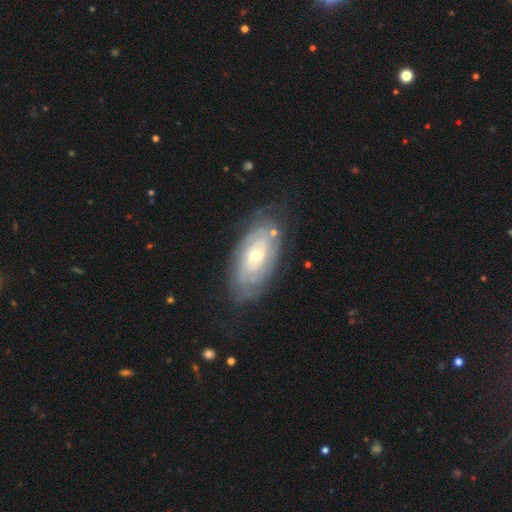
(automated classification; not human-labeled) Smooth or featured? featured or disk (84%)
Edge-on disk? no (93%)
Bar? no (62%)
Spiral arms? yes (95%)
Spiral winding? tight (79%)
Spiral arm count? can't tell (44%)
Bulge size? moderate (50%)
Merging? none (75%)